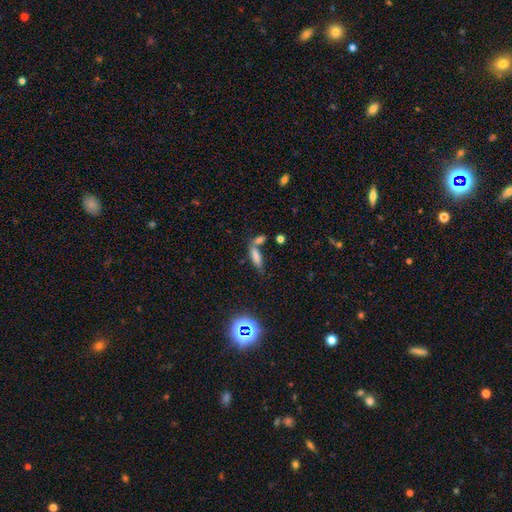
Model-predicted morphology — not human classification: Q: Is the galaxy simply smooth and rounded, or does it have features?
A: smooth — 74%.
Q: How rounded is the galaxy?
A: in between — 49%.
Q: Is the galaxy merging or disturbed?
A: none — 43%.